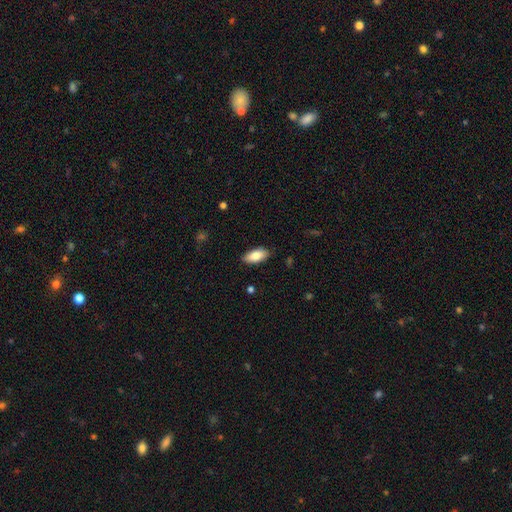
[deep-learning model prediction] Smooth or featured? Predicted: smooth (p=0.85). How rounded? Predicted: in between (p=0.89). Merging? Predicted: none (p=0.86).